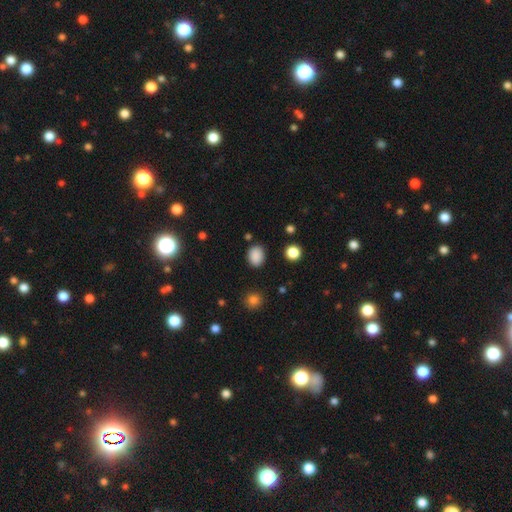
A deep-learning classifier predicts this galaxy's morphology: Smooth or featured? Predicted: smooth (p=0.86). How rounded? Predicted: in between (p=0.53). Merging? Predicted: none (p=0.86).